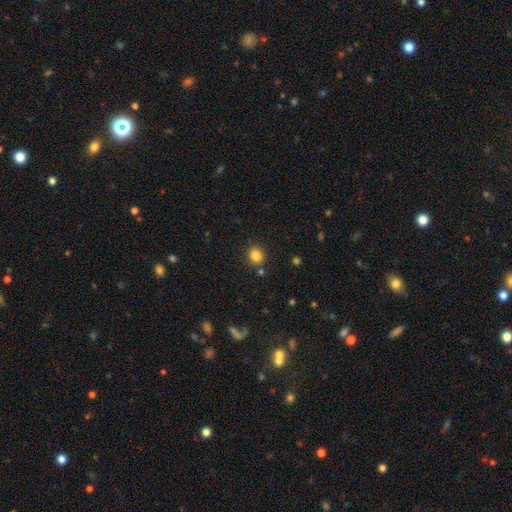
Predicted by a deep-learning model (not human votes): Smooth or featured? smooth (84%)
How rounded? round (60%)
Merging? none (82%)